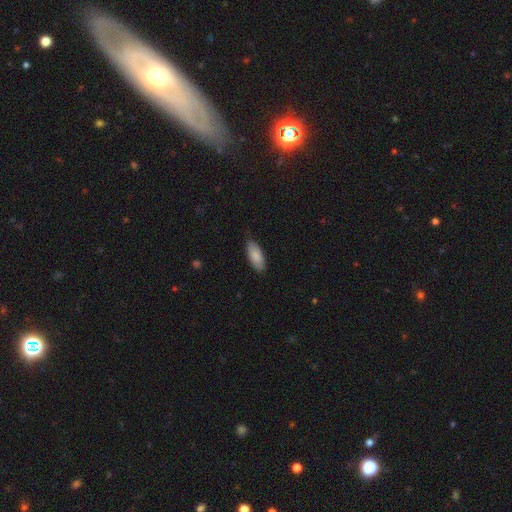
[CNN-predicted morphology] A smooth galaxy with no disk features (86%) that is in between round and cigar-shaped (82%). Merging: none (83%).